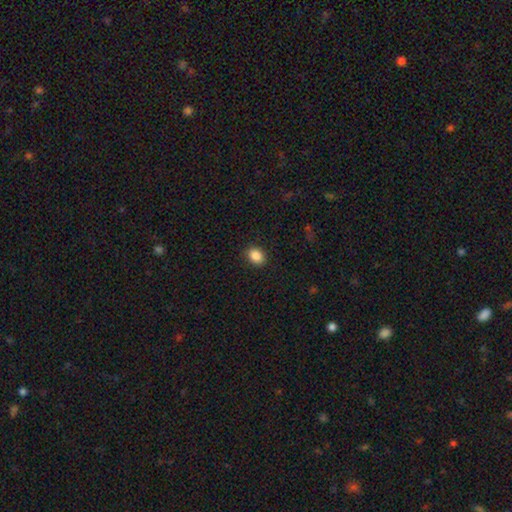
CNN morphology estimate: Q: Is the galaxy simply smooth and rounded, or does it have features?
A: smooth — 88%.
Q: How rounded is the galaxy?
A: in between — 66%.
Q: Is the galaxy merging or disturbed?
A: none — 89%.